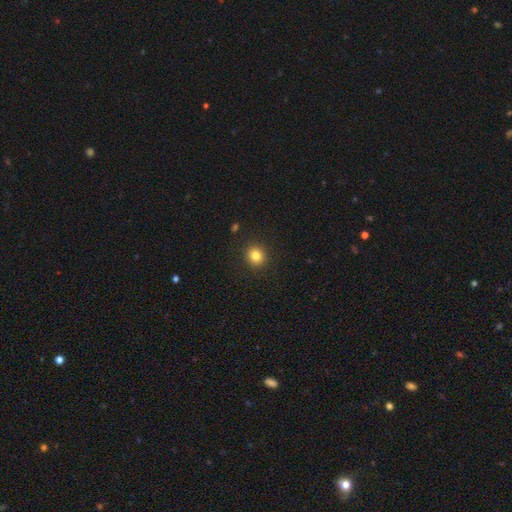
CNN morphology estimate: type=smooth (82%); roundness=round (89%); merging=none (91%).